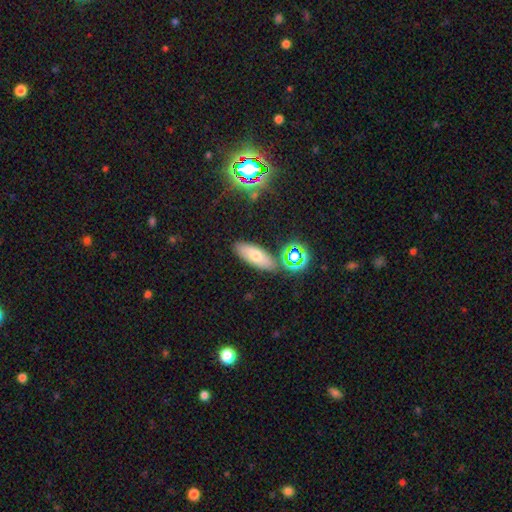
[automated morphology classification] smooth-or-featured: smooth: 64% | featured or disk: 18% | star or artifact: 18%
  how-rounded: in between: 70% | cigar-shaped: 24% | round: 6%
  merging: none: 82% | minor disturbance: 10% | merger: 5% | major disturbance: 3%